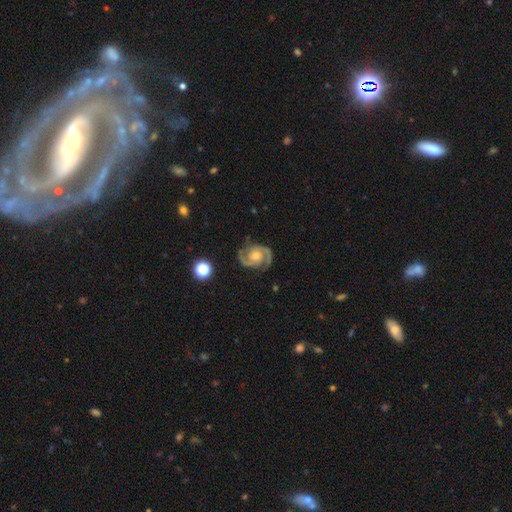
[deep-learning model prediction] Smooth or featured?
  - featured or disk: 91% *
  - star or artifact: 5%
  - smooth: 4%
Edge-on disk?
  - no: 98% *
  - yes: 2%
Bar?
  - no: 67% *
  - weak: 26%
  - strong: 7%
Spiral arms?
  - yes: 98% *
  - no: 2%
Spiral winding?
  - medium: 50% *
  - tight: 43%
  - loose: 8%
Spiral arm count?
  - 2: 92% *
  - 3: 3%
  - can't tell: 2%
  - 1: 1%
  - 4: 1%
  - more than 4: 1%
Bulge size?
  - moderate: 60% *
  - small: 30%
  - large: 6%
  - none: 3%
  - dominant: 1%
Merging?
  - none: 83% *
  - minor disturbance: 12%
  - major disturbance: 4%
  - merger: 1%